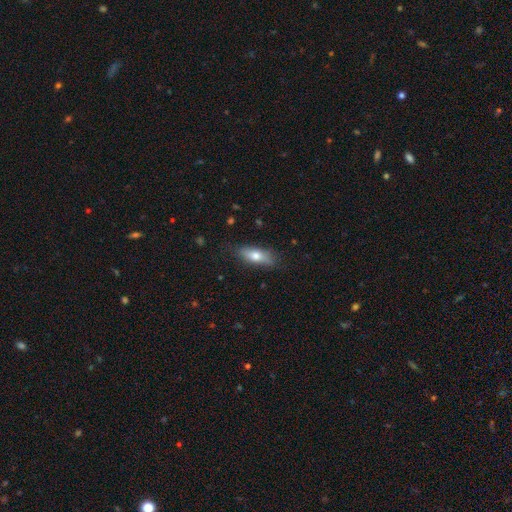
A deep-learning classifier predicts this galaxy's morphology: Smooth or featured? Predicted: smooth (p=0.67). How rounded? Predicted: in between (p=0.59). Merging? Predicted: none (p=0.80).